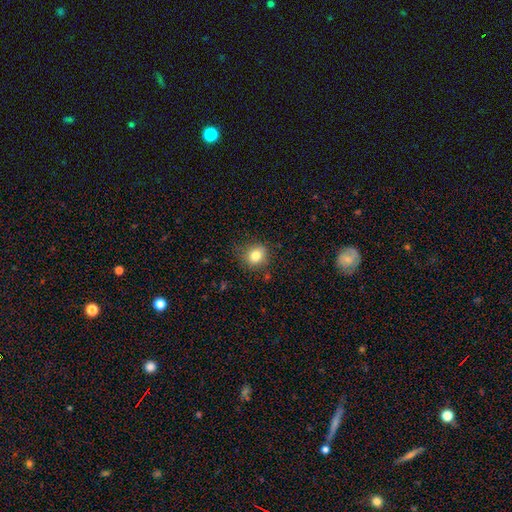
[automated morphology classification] smooth_or_featured: smooth (p=0.81) [alt: star or artifact p=0.11]
how_rounded: round (p=0.78) [alt: in between p=0.21]
merging: none (p=0.81) [alt: minor disturbance p=0.14]